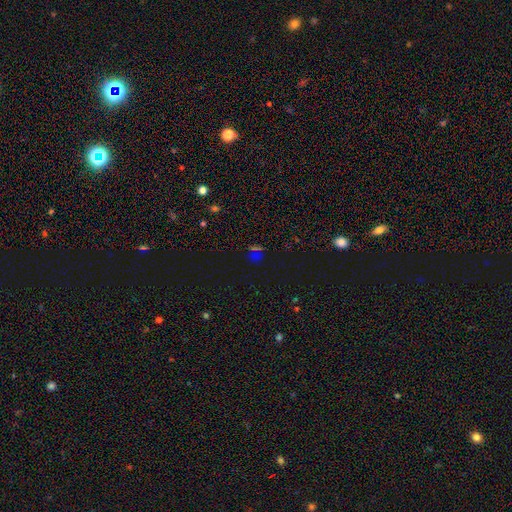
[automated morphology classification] This appears to be a star or artifact, not a galaxy (61%).